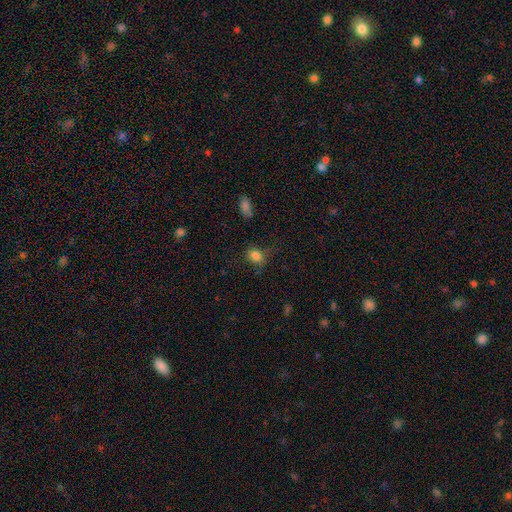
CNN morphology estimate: smooth 80%, star or artifact 12%, featured or disk 7%. Down the decision tree: how rounded — round (53%); merging — none (60%).